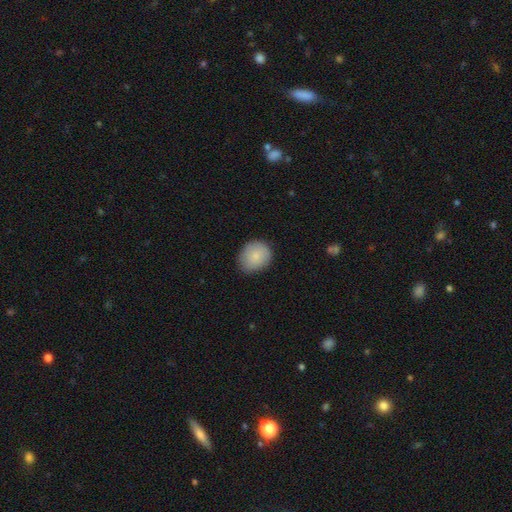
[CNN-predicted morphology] A smooth galaxy with no disk features (82%) that is round (70%).

Vote fractions:
- Smooth or featured? smooth: 82% / featured or disk: 11% / star or artifact: 7%
- How rounded? round: 70% / in between: 29% / cigar-shaped: 1%
- Merging? none: 76% / minor disturbance: 20% / major disturbance: 3% / merger: 1%